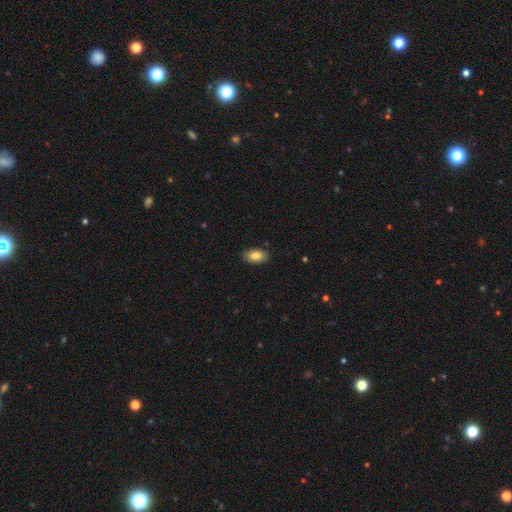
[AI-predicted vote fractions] Morphology: type=smooth (82%); roundness=in between (93%); merging=none (88%).